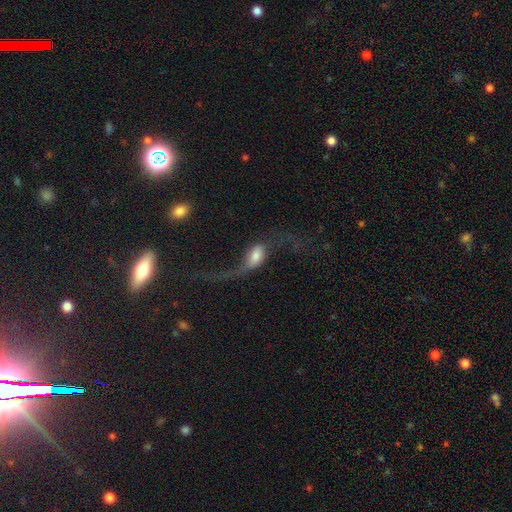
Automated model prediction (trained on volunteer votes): This is possibly a featured or disk galaxy (53%). It is clearly not viewed edge-on (84%). Merging: possibly major disturbance (53%).